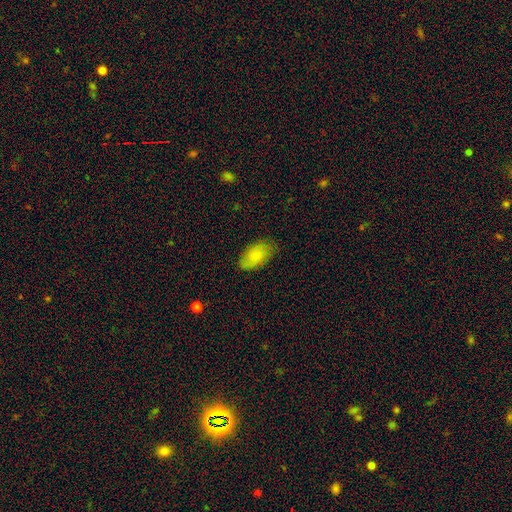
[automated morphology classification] A smooth galaxy with no disk features (79%) that is in between round and cigar-shaped (94%).

Vote fractions:
- Smooth or featured? smooth: 79% / featured or disk: 15% / star or artifact: 7%
- How rounded? in between: 94% / round: 4% / cigar-shaped: 2%
- Merging? none: 81% / minor disturbance: 15% / major disturbance: 3% / merger: 1%